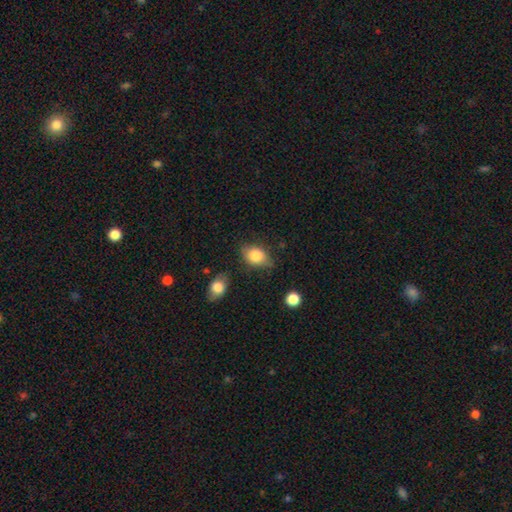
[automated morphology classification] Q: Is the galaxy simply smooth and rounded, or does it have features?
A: smooth — 78%.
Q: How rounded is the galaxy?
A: in between — 75%.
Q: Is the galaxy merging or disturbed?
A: none — 65%.